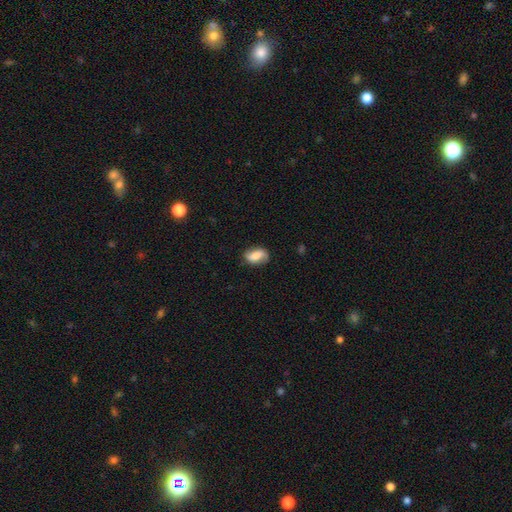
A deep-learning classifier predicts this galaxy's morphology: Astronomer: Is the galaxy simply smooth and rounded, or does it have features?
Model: smooth — 63%.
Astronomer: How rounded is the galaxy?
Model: in between — 86%.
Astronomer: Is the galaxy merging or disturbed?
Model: none — 73%.